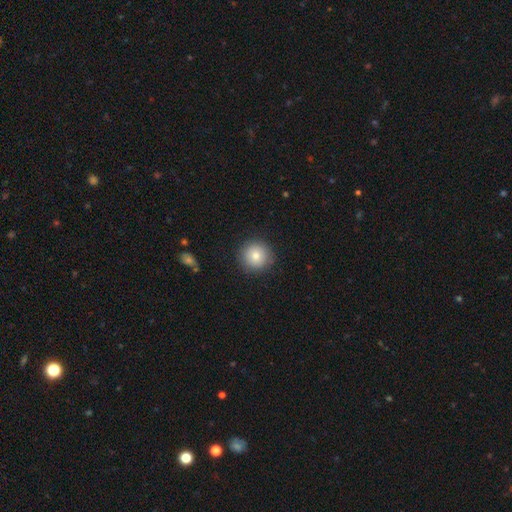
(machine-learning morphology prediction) Smooth or featured? smooth (80%)
How rounded? round (94%)
Merging? none (89%)